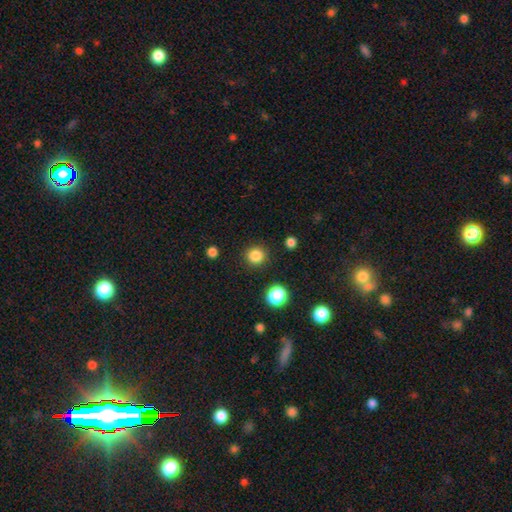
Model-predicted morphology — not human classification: Overall: smooth (84%). How rounded: round (93%). Merging: none (90%).